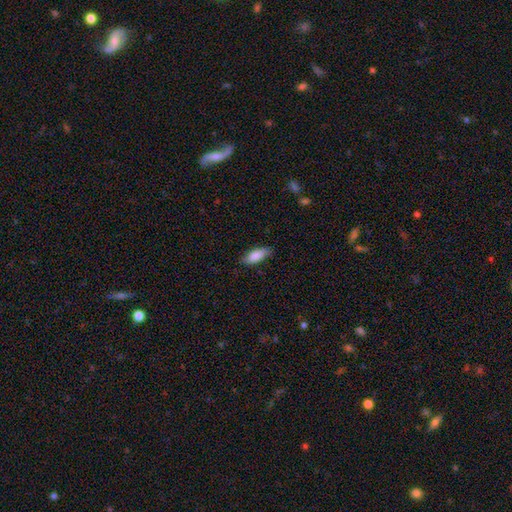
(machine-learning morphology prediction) Overall: smooth (85%). How rounded: in between (76%). Merging: none (80%).